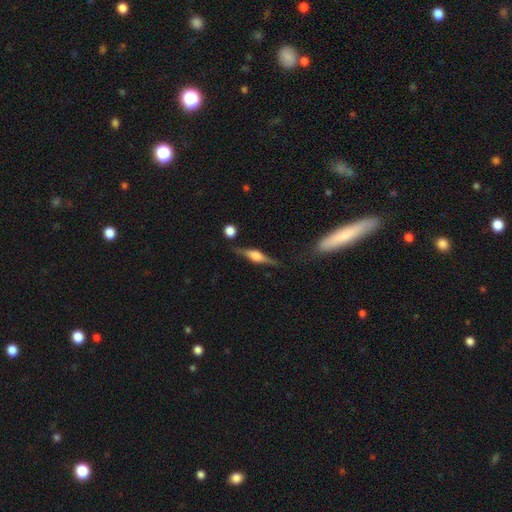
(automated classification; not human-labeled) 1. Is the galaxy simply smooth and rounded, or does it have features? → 70% featured or disk, 24% smooth, 7% star or artifact.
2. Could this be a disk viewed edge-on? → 96% yes, 4% no.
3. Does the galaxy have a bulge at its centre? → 81% rounded, 17% boxy, 3% none.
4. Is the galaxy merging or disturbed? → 76% none, 15% minor disturbance, 5% major disturbance, 4% merger.